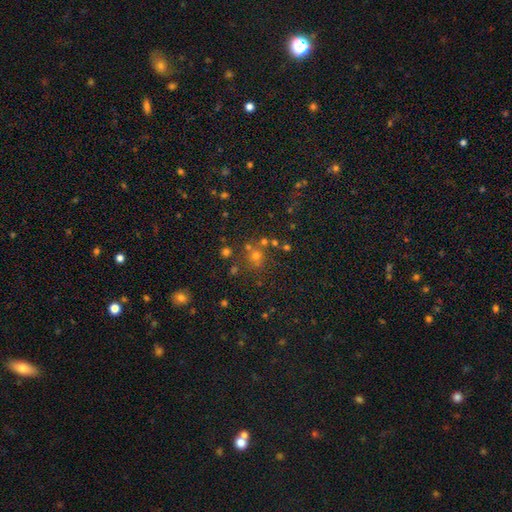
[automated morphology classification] smooth 49%, star or artifact 40%, featured or disk 11%. Down the decision tree: merging — none (69%).